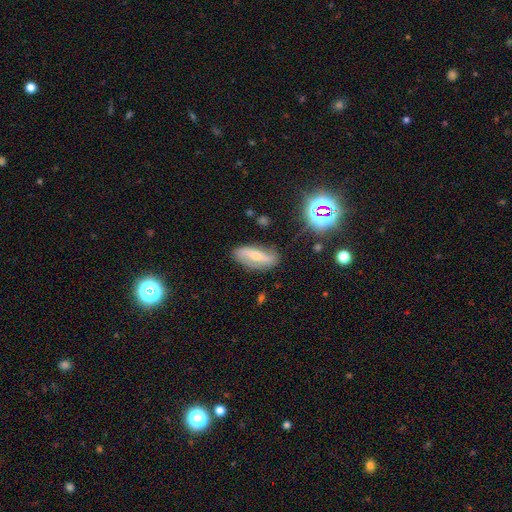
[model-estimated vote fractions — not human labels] Morphology: type=featured or disk (56%); edge-on=no (77%); merging=none (76%).